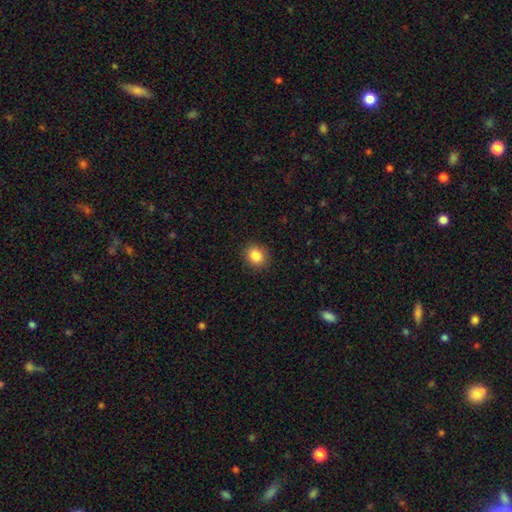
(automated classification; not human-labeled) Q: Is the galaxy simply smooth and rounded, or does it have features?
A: smooth — 86%.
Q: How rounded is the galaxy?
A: round — 67%.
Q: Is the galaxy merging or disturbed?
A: none — 90%.